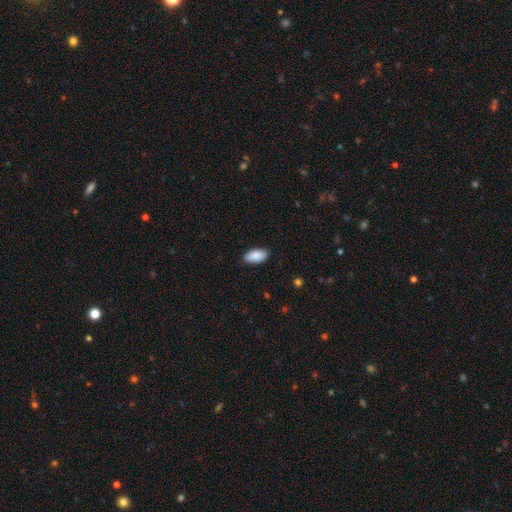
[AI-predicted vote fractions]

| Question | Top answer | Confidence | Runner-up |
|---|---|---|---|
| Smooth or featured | smooth | 89% | star or artifact (6%) |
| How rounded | in between | 94% | cigar-shaped (3%) |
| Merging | none | 88% | minor disturbance (9%) |